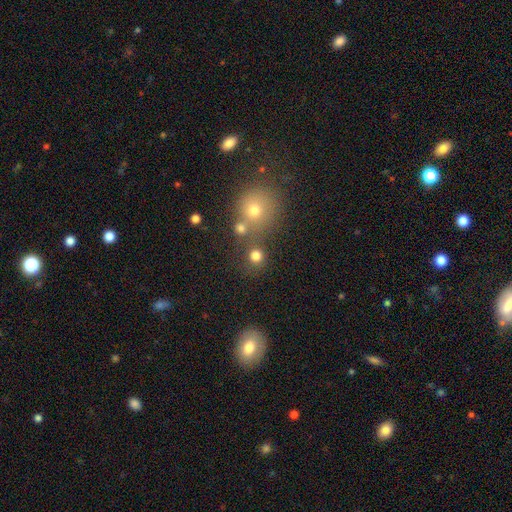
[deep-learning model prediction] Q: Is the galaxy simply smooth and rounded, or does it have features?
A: smooth — 78%.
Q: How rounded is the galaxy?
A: round — 89%.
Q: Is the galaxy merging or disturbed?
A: none — 69%.